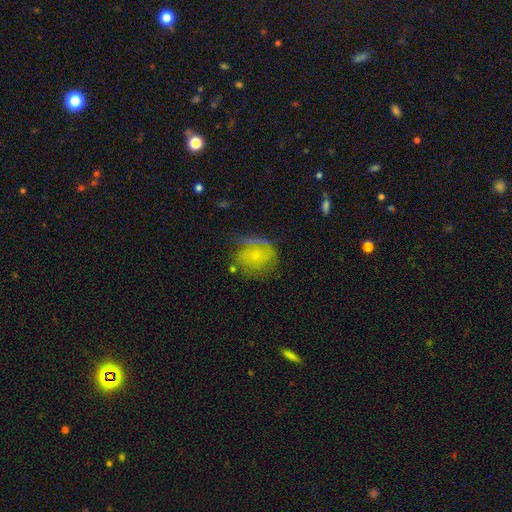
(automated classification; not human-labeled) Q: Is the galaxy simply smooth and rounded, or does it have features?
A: featured or disk — 49%.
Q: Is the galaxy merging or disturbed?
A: none — 52%.